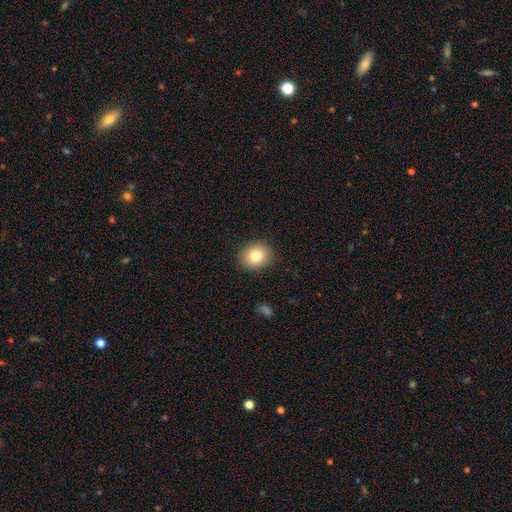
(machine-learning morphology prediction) A smooth galaxy with no disk features (80%) that is round (71%). Merging: none (90%).